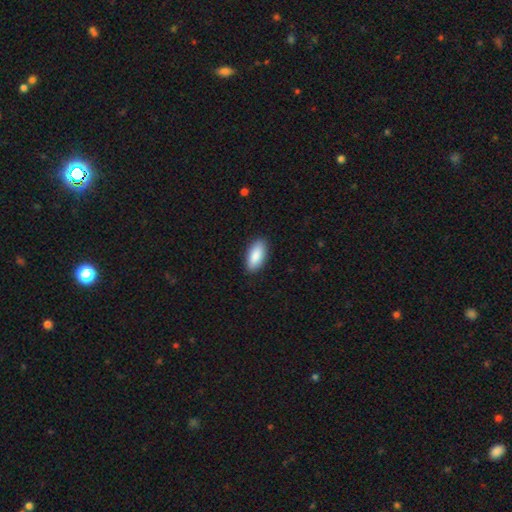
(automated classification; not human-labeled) Smooth or featured? smooth (89%)
How rounded? in between (89%)
Merging? none (89%)